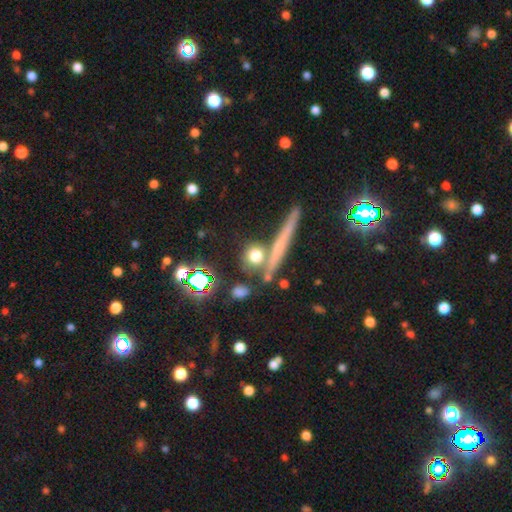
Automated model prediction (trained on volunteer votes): smooth-or-featured: smooth: 67% | featured or disk: 18% | star or artifact: 16%
  how-rounded: round: 74% | in between: 14% | cigar-shaped: 12%
  merging: none: 71% | merger: 15% | minor disturbance: 10% | major disturbance: 5%